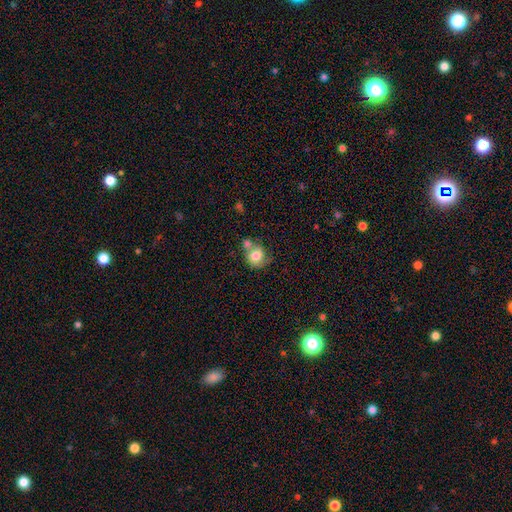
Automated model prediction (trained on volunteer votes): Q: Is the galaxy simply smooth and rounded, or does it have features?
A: smooth — 74%.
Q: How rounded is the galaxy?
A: round — 73%.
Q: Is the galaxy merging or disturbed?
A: none — 39%.